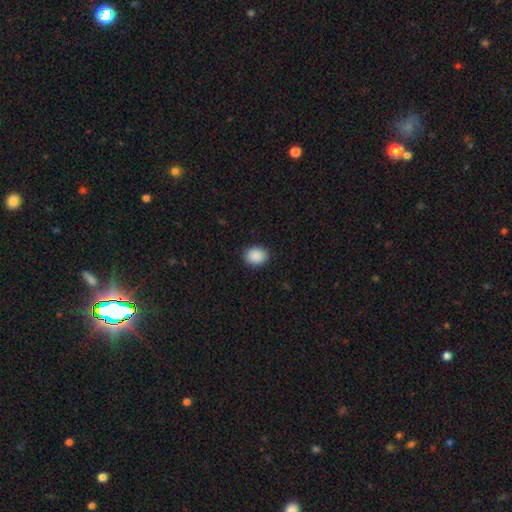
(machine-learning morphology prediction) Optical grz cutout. It shows a smooth galaxy with no disk features (90%) that is round (53%). Merging: none (90%).